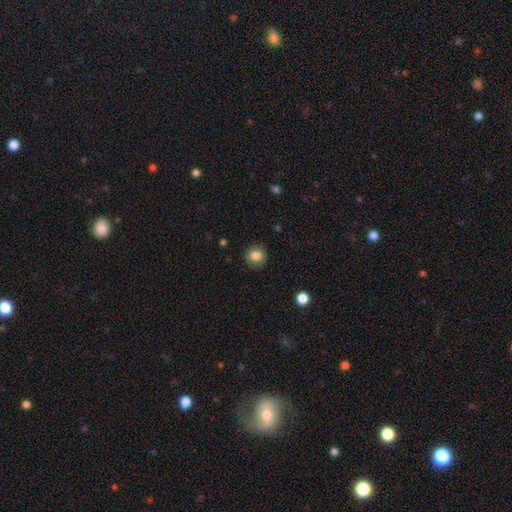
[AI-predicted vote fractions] smooth-or-featured: smooth: 83% | star or artifact: 9% | featured or disk: 8%
  how-rounded: round: 85% | in between: 15% | cigar-shaped: 1%
  merging: none: 87% | minor disturbance: 9% | major disturbance: 2% | merger: 1%